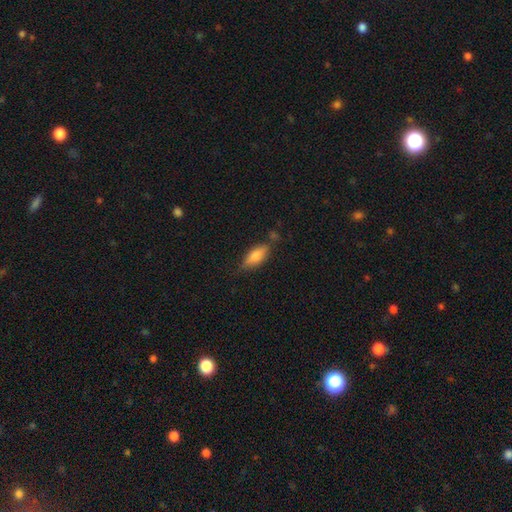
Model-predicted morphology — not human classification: A smooth galaxy with no disk features (68%) that is in between round and cigar-shaped (66%). Merging: none (68%).